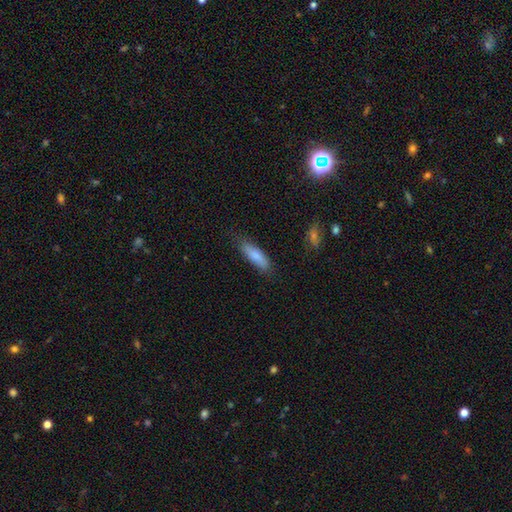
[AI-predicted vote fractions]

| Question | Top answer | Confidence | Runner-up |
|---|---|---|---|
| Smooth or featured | smooth | 82% | featured or disk (12%) |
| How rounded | cigar-shaped | 58% | in between (40%) |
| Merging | none | 76% | minor disturbance (19%) |